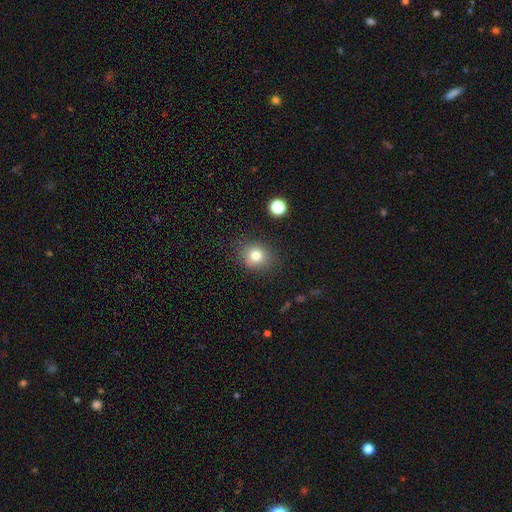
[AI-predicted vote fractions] Q: Smooth or featured?
A: smooth (79%); runner-up: star or artifact (13%)
Q: How rounded?
A: round (73%); runner-up: in between (26%)
Q: Merging?
A: none (84%); runner-up: minor disturbance (11%)